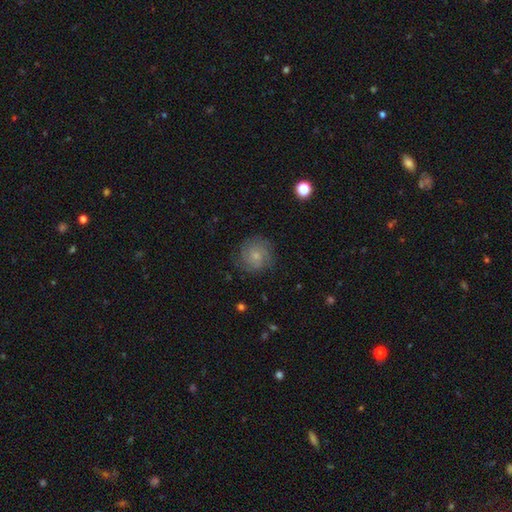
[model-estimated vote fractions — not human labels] A smooth galaxy with no disk features (48%).

Vote fractions:
- Smooth or featured? smooth: 48% / featured or disk: 43% / star or artifact: 9%
- Merging? none: 77% / minor disturbance: 16% / major disturbance: 6% / merger: 1%